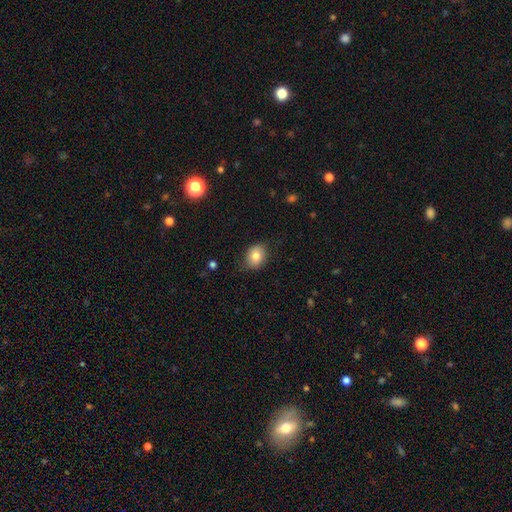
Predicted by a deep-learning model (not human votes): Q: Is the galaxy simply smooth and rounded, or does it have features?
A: smooth — 82%.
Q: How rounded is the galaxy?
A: in between — 59%.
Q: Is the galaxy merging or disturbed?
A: none — 79%.